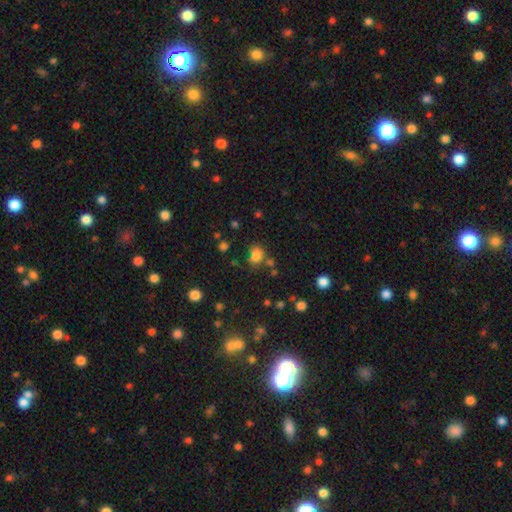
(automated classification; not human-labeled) Morphology: type=smooth (77%); roundness=round (60%); merging=none (61%).